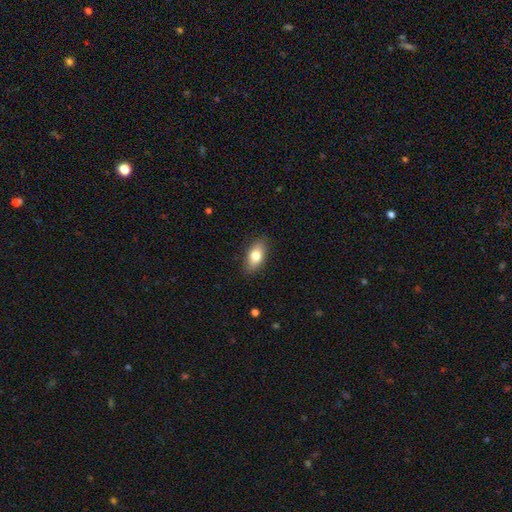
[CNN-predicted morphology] The model was most divided on "smooth or featured": smooth: 78%, featured or disk: 15%, star or artifact: 7%. More confident: how rounded — in between (87%); merging — none (87%).